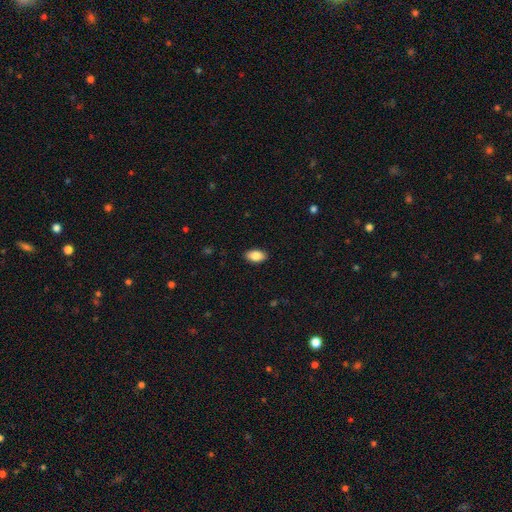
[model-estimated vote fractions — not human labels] smooth_or_featured: smooth (p=0.86) [alt: featured or disk p=0.07]
how_rounded: in between (p=0.93) [alt: round p=0.04]
merging: none (p=0.89) [alt: minor disturbance p=0.08]